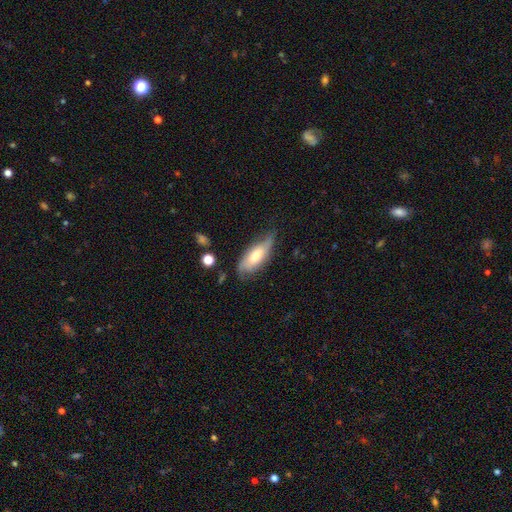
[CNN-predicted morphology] Smooth or featured? smooth (47%)
Merging? none (56%)